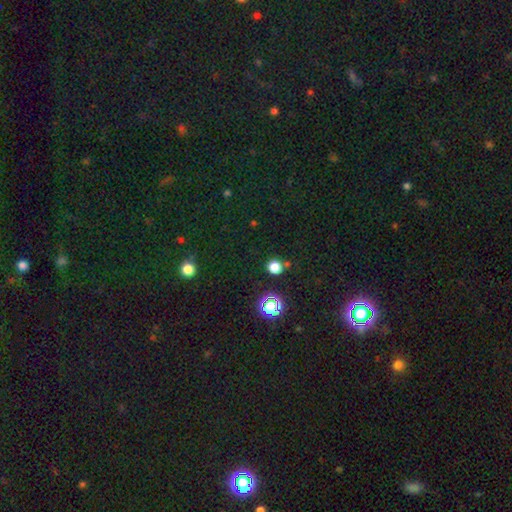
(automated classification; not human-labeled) A star or artifact, not a galaxy (70%).

Vote fractions:
- Smooth or featured? star or artifact: 70% / smooth: 23% / featured or disk: 7%